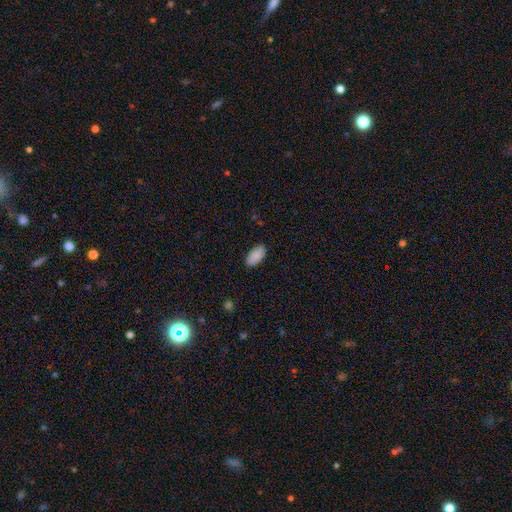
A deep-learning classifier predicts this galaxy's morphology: This appears to be a smooth galaxy with no disk features (88%) that is in between round and cigar-shaped (96%). Merging: none (88%).